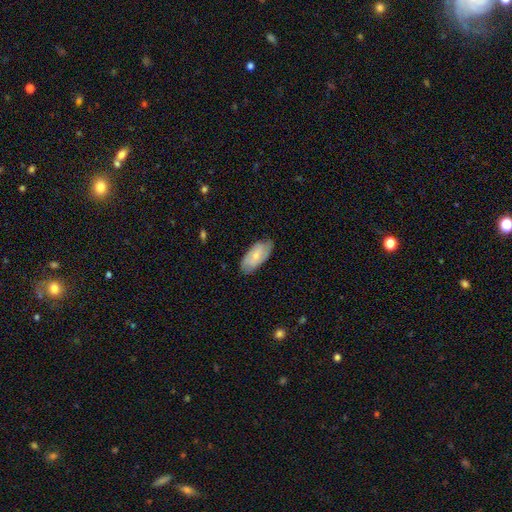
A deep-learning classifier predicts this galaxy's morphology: smooth_or_featured: smooth (p=0.56) [alt: featured or disk p=0.38]
how_rounded: in between (p=0.91) [alt: cigar-shaped p=0.07]
merging: none (p=0.76) [alt: minor disturbance p=0.19]